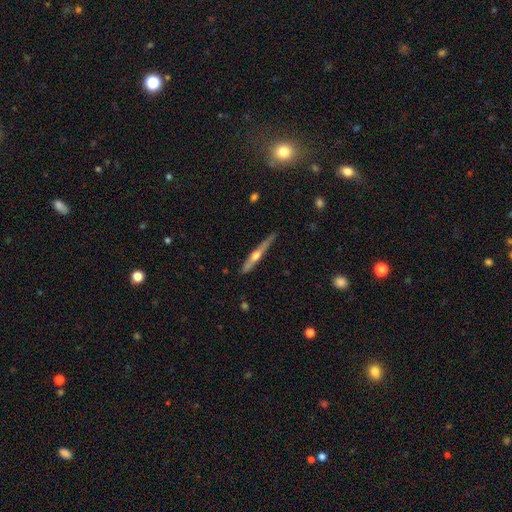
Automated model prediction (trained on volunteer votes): This appears to be a featured or disk galaxy (67%) viewed edge-on (97%) with a rounded central bulge (88%). Merging: none (83%).